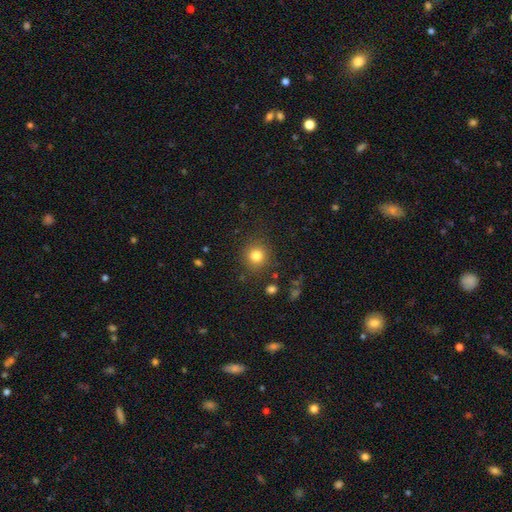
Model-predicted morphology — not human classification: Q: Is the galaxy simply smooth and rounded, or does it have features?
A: smooth — 81%.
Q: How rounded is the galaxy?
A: round — 91%.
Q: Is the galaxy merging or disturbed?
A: none — 87%.